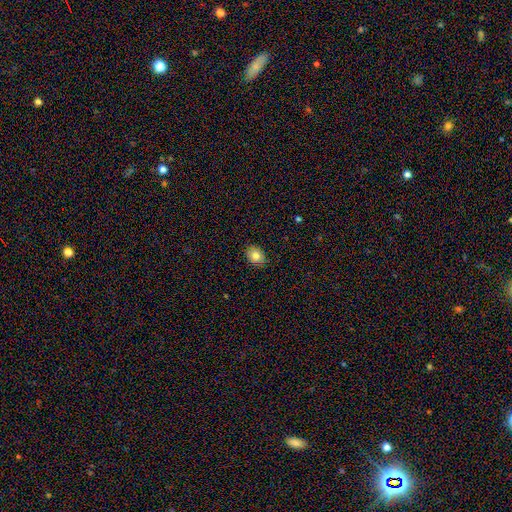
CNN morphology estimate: Q: Smooth or featured?
A: smooth (80%); runner-up: featured or disk (11%)
Q: How rounded?
A: in between (54%); runner-up: round (45%)
Q: Merging?
A: none (88%); runner-up: minor disturbance (9%)